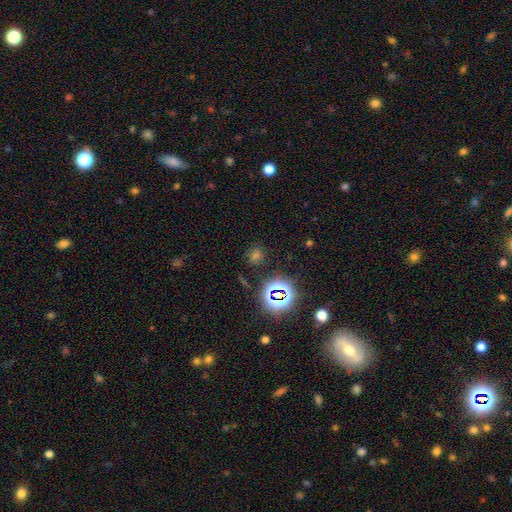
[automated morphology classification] smooth_or_featured: star or artifact (p=0.52) [alt: smooth p=0.41]